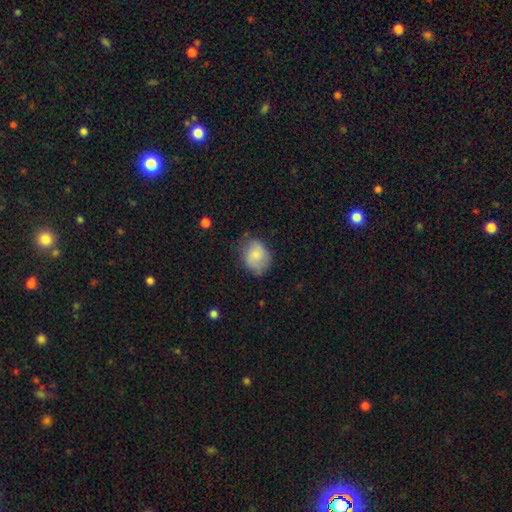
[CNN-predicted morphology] type=smooth (81%); roundness=round (56%); merging=none (61%).